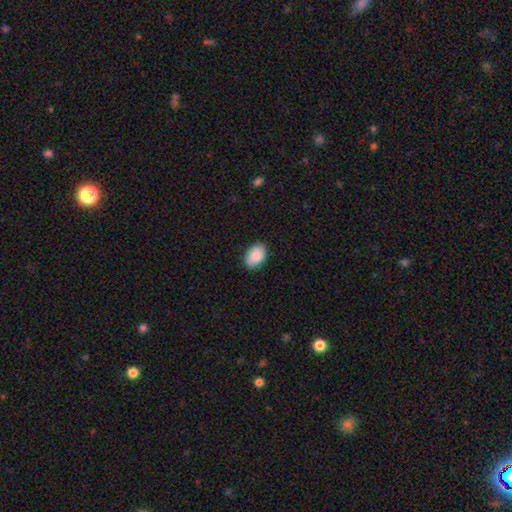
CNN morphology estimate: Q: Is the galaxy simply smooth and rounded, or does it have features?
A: smooth — 89%.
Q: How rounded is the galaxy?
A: in between — 90%.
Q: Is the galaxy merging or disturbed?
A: none — 86%.